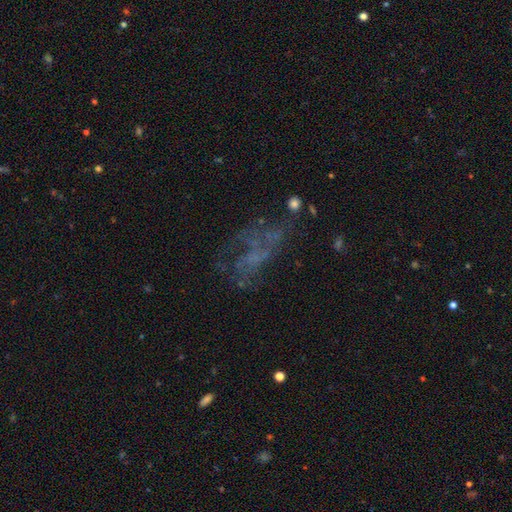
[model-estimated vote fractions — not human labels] smooth_or_featured: featured or disk (p=0.50) [alt: star or artifact p=0.26]
disk_edge_on: no (p=0.95) [alt: yes p=0.05]
merging: none (p=0.45) [alt: major disturbance p=0.32]